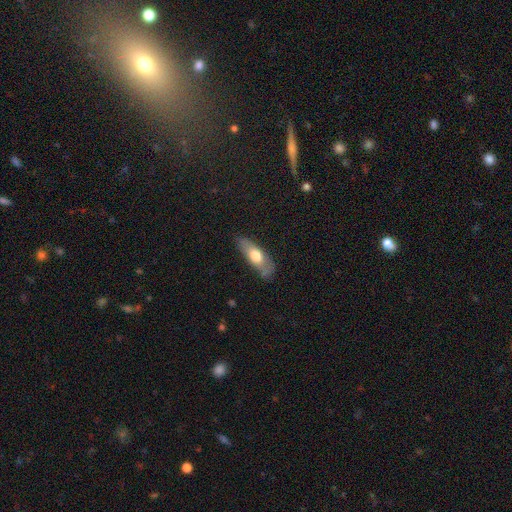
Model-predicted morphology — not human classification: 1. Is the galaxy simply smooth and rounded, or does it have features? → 61% smooth, 33% featured or disk, 6% star or artifact.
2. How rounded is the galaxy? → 58% in between, 39% cigar-shaped, 3% round.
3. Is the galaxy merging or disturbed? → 72% none, 21% minor disturbance, 5% major disturbance, 2% merger.